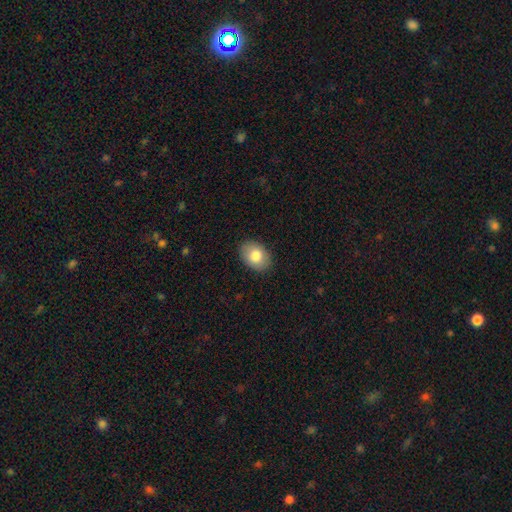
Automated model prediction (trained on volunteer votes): Smooth or featured? smooth (82%)
How rounded? in between (79%)
Merging? none (88%)